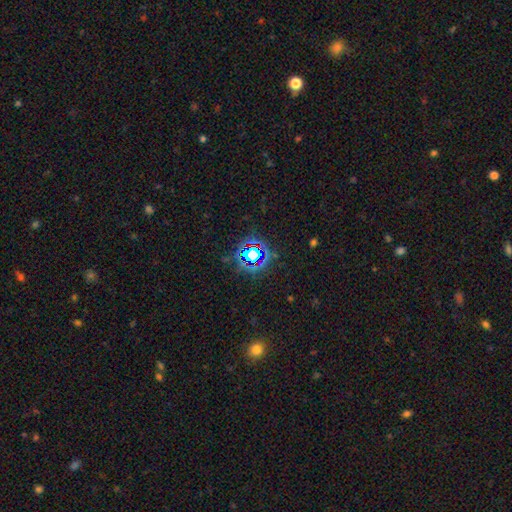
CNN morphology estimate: Smooth or featured? Predicted: star or artifact (p=0.73).